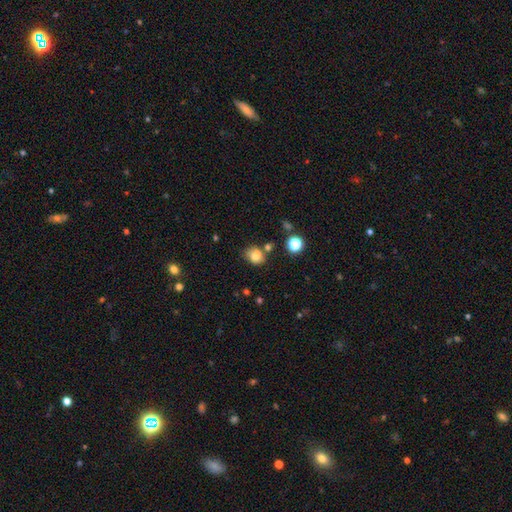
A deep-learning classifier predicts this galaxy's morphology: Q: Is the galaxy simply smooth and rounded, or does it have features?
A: smooth — 76%.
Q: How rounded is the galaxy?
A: round — 58%.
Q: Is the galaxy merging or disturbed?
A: none — 57%.